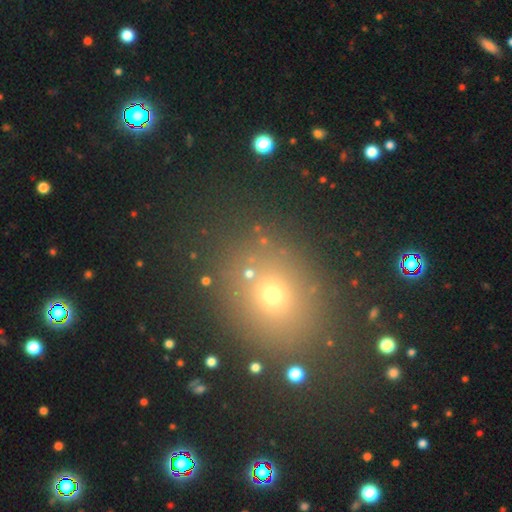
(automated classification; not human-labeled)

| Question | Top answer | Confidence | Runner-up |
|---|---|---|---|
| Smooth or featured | smooth | 57% | star or artifact (33%) |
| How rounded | round | 60% | in between (39%) |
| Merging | none | 82% | minor disturbance (9%) |